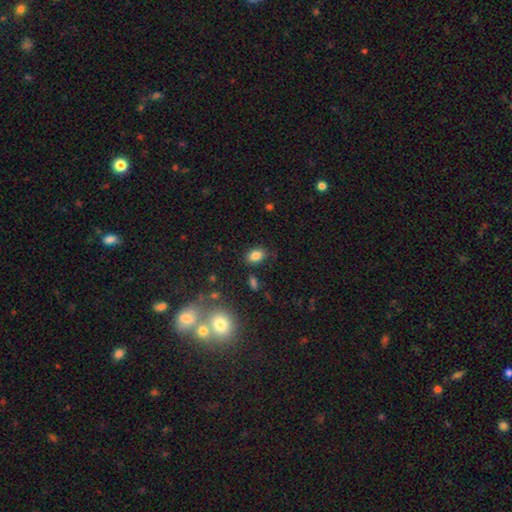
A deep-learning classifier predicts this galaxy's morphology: Smooth or featured? smooth (83%)
How rounded? in between (77%)
Merging? none (81%)